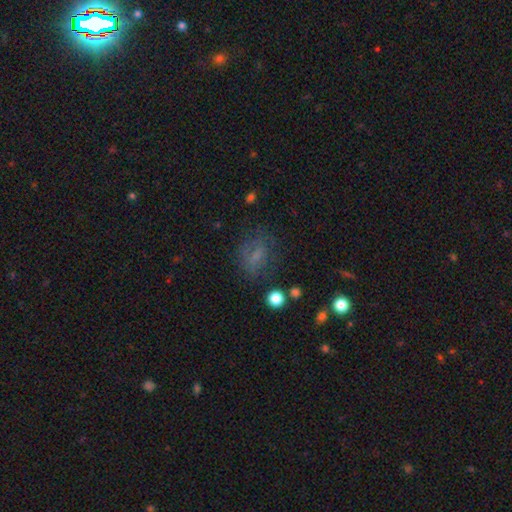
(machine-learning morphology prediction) smooth_or_featured: smooth (p=0.54) [alt: featured or disk p=0.24]
how_rounded: in between (p=0.62) [alt: round p=0.33]
merging: none (p=0.64) [alt: minor disturbance p=0.19]